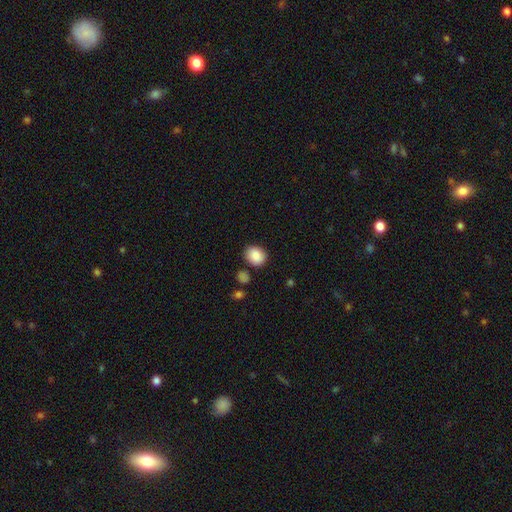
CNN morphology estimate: Smooth or featured? smooth (87%)
How rounded? round (59%)
Merging? none (80%)